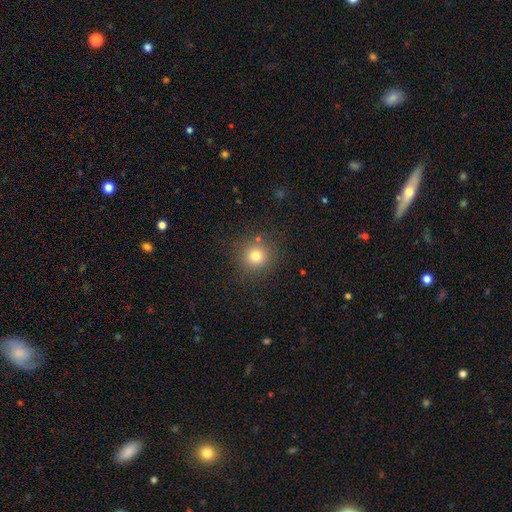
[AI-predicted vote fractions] smooth_or_featured: smooth (p=0.76) [alt: star or artifact p=0.15]
how_rounded: round (p=0.94) [alt: in between p=0.05]
merging: none (p=0.85) [alt: minor disturbance p=0.08]